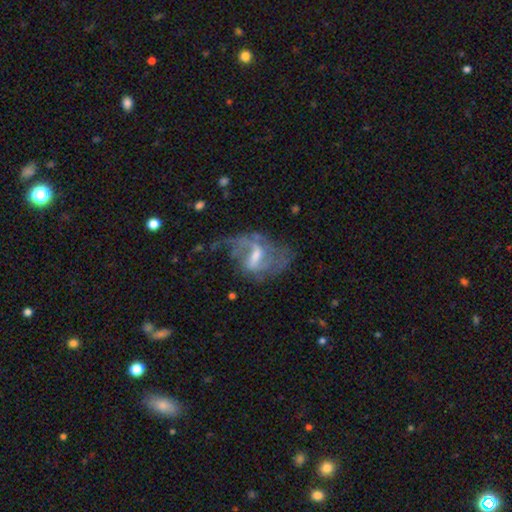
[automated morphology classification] smooth_or_featured: featured or disk (p=0.81) [alt: smooth p=0.12]
disk_edge_on: no (p=0.96) [alt: yes p=0.04]
bar: weak (p=0.55) [alt: strong p=0.29]
has_spiral_arms: yes (p=0.87) [alt: no p=0.13]
spiral_winding: loose (p=0.51) [alt: medium p=0.37]
spiral_arm_count: 2 (p=0.60) [alt: 1 p=0.18]
bulge_size: moderate (p=0.47) [alt: small p=0.35]
merging: none (p=0.40) [alt: major disturbance p=0.34]